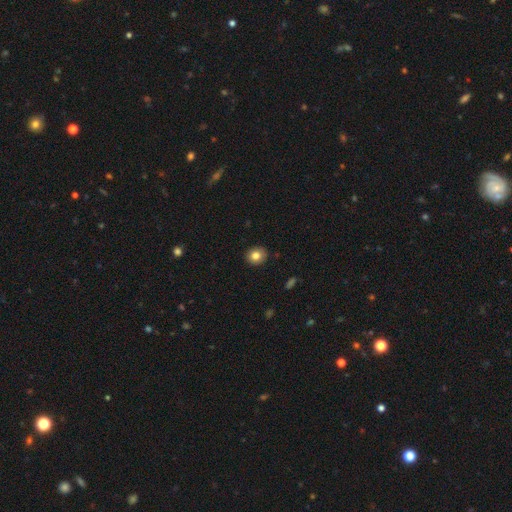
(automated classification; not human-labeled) smooth-or-featured: smooth: 82% | star or artifact: 10% | featured or disk: 8%
  how-rounded: round: 74% | in between: 26% | cigar-shaped: 1%
  merging: none: 90% | minor disturbance: 7% | major disturbance: 2% | merger: 1%